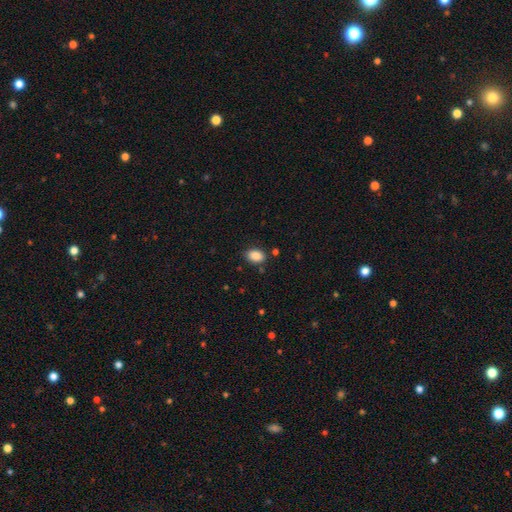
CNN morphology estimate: A smooth galaxy with no disk features (88%) that is in between round and cigar-shaped (84%).

Vote fractions:
- Smooth or featured? smooth: 88% / star or artifact: 8% / featured or disk: 4%
- How rounded? in between: 84% / round: 15% / cigar-shaped: 1%
- Merging? none: 83% / minor disturbance: 12% / major disturbance: 3% / merger: 3%